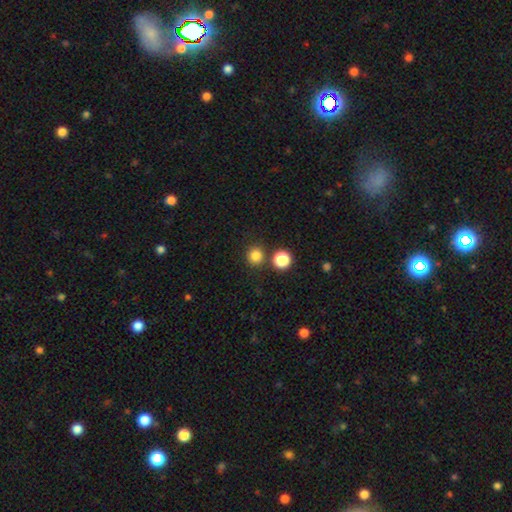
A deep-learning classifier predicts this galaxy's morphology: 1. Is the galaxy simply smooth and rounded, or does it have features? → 83% smooth, 13% star or artifact, 4% featured or disk.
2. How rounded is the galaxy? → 92% round, 7% in between, 1% cigar-shaped.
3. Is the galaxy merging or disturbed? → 81% none, 11% merger, 6% minor disturbance, 2% major disturbance.